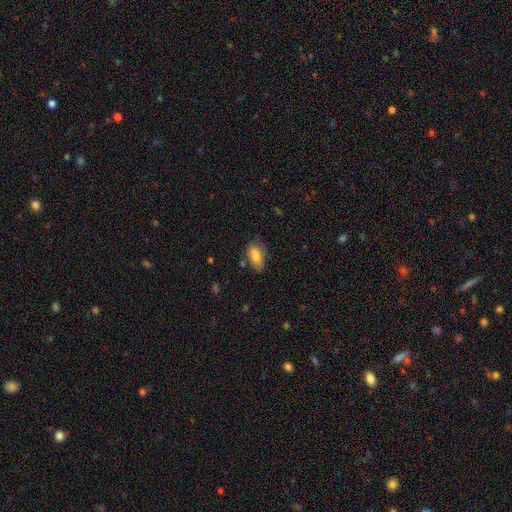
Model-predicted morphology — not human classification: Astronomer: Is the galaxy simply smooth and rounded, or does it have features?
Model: smooth — 82%.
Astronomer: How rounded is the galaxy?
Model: in between — 86%.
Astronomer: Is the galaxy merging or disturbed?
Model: none — 70%.